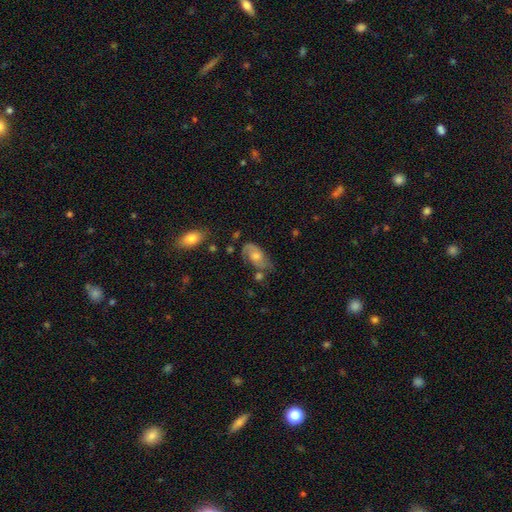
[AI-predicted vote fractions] smooth_or_featured: featured or disk (p=0.63) [alt: smooth p=0.28]
disk_edge_on: no (p=0.94) [alt: yes p=0.06]
bar: no (p=0.70) [alt: weak p=0.25]
has_spiral_arms: yes (p=0.84) [alt: no p=0.16]
bulge_size: moderate (p=0.58) [alt: small p=0.29]
merging: none (p=0.58) [alt: minor disturbance p=0.24]